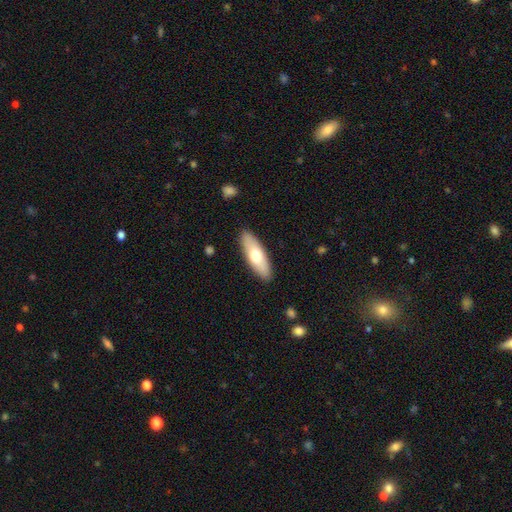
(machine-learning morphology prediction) This is likely a smooth galaxy (64%). How rounded: likely in between (62%). Merging: clearly none (89%).